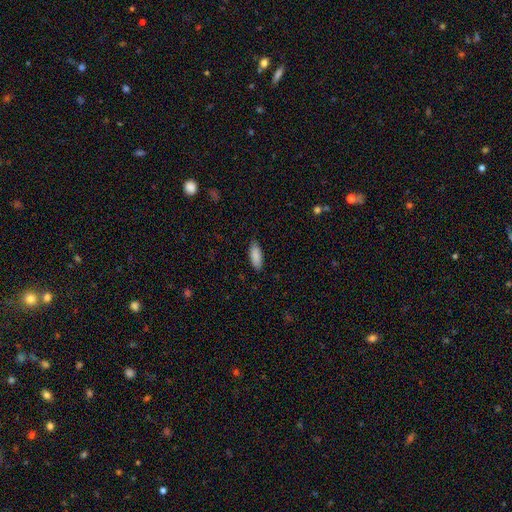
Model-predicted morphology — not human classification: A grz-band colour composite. It shows a smooth galaxy with no disk features (89%) that is in between round and cigar-shaped (76%). Merging: none (85%).